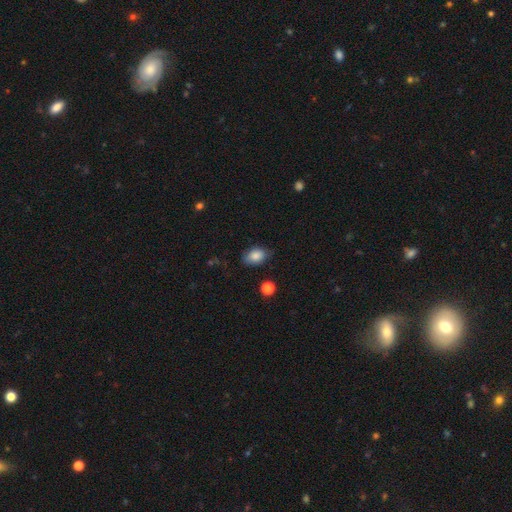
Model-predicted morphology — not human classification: smooth 85%, star or artifact 8%, featured or disk 7%. Down the decision tree: how rounded — in between (84%); merging — none (76%).